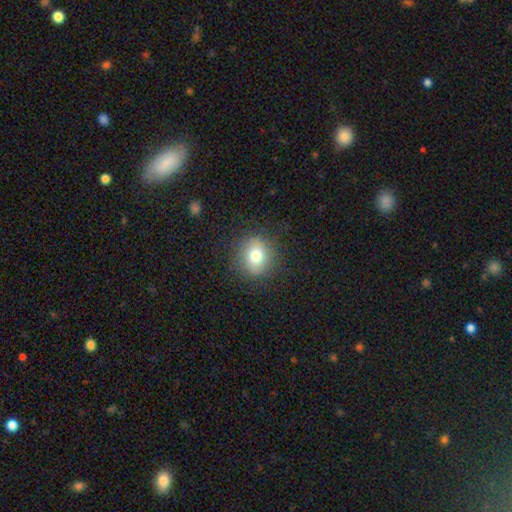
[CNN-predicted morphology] Q: Smooth or featured?
A: smooth (75%); runner-up: featured or disk (13%)
Q: How rounded?
A: round (79%); runner-up: in between (20%)
Q: Merging?
A: none (85%); runner-up: minor disturbance (10%)